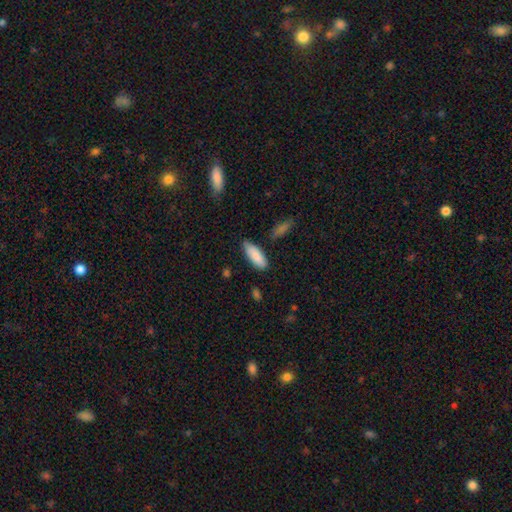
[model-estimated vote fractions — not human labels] Overall: smooth (86%). How rounded: in between (73%). Merging: none (77%).